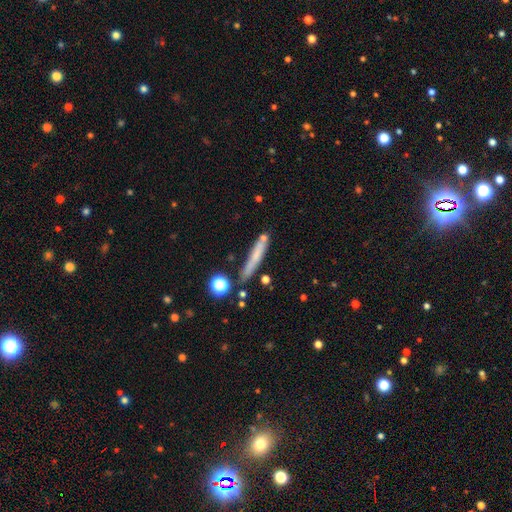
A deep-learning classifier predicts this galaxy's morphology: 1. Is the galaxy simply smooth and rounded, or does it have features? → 61% smooth, 30% featured or disk, 10% star or artifact.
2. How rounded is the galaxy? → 92% cigar-shaped, 5% in between, 3% round.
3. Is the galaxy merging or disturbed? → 73% none, 16% minor disturbance, 7% merger, 4% major disturbance.